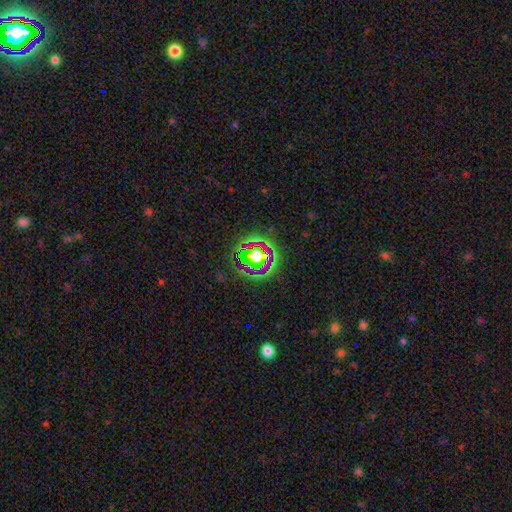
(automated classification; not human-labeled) Q: Smooth or featured?
A: star or artifact (56%); runner-up: smooth (25%)